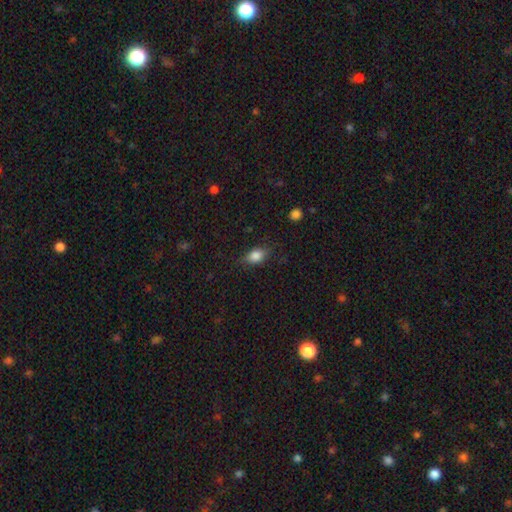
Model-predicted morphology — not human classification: This is clearly a smooth galaxy (83%). How rounded: clearly in between (82%). Merging: likely none (77%).